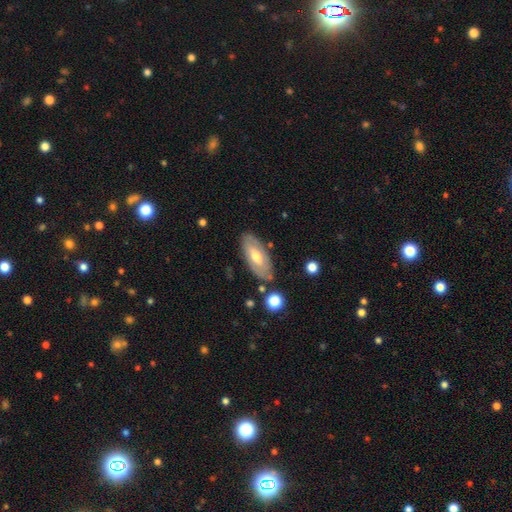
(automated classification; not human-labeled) Smooth or featured?
  - featured or disk: 53% *
  - smooth: 40%
  - star or artifact: 7%
Edge-on disk?
  - no: 81% *
  - yes: 19%
Merging?
  - none: 80% *
  - minor disturbance: 13%
  - major disturbance: 3%
  - merger: 3%